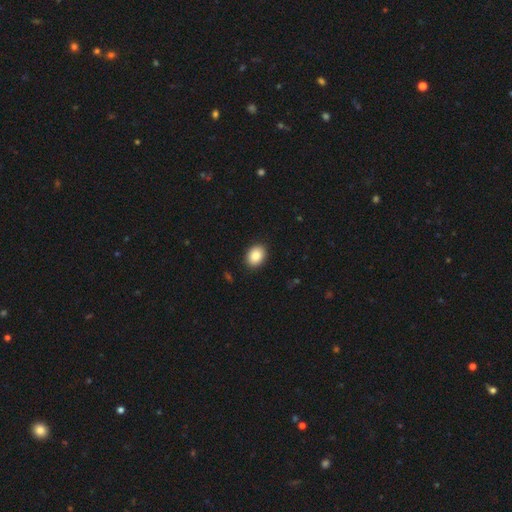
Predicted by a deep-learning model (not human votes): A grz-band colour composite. It shows a smooth galaxy with no disk features (86%) that is in between round and cigar-shaped (66%). Merging: none (90%).